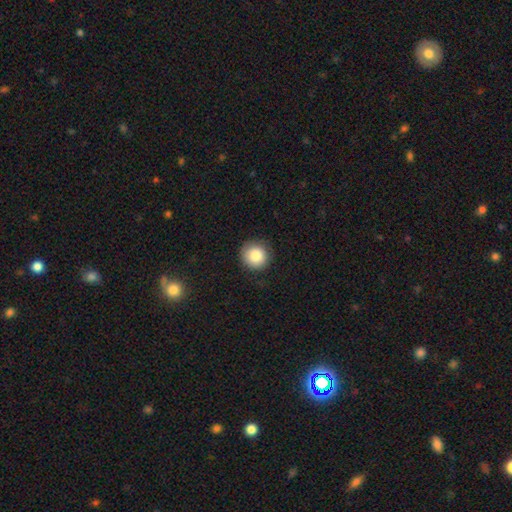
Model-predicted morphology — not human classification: A smooth galaxy with no disk features (84%) that is round (94%). Merging: none (85%).